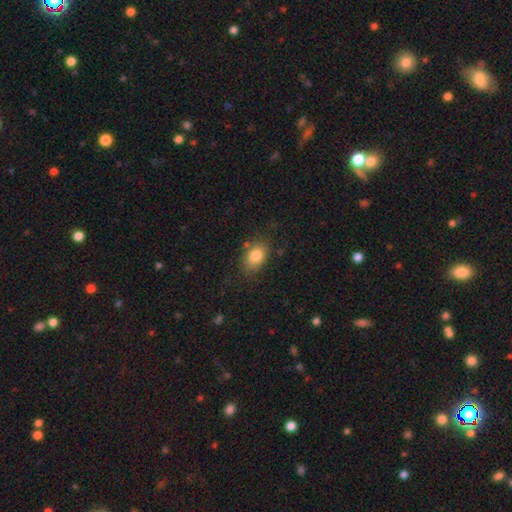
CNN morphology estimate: A smooth galaxy with no disk features (82%) that is in between round and cigar-shaped (82%). Merging: none (77%).